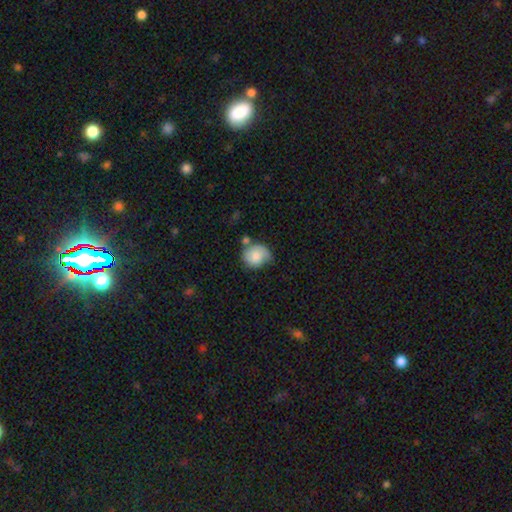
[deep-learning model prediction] Smooth or featured: smooth — 68% (featured or disk — 24%)
How rounded: round — 74% (in between — 25%)
Merging: none — 48% (minor disturbance — 31%)